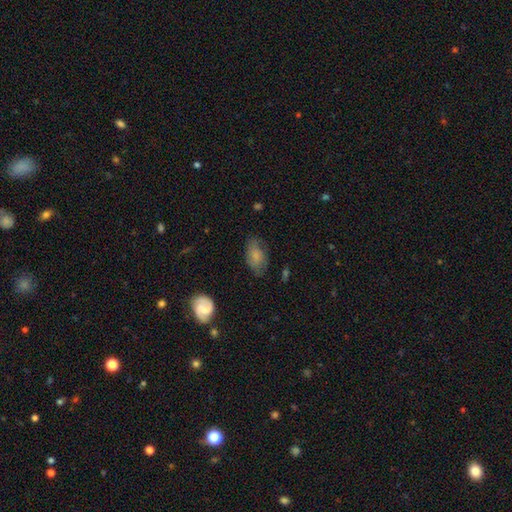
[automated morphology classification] Q: Smooth or featured?
A: smooth (71%); runner-up: featured or disk (21%)
Q: How rounded?
A: in between (90%); runner-up: round (6%)
Q: Merging?
A: none (65%); runner-up: minor disturbance (25%)